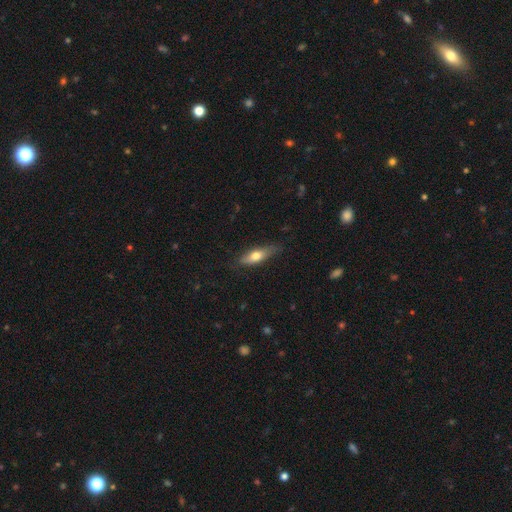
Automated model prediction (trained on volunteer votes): Smooth or featured?
  - smooth: 64% *
  - featured or disk: 30%
  - star or artifact: 6%
How rounded?
  - in between: 51% *
  - cigar-shaped: 46%
  - round: 3%
Merging?
  - none: 76% *
  - minor disturbance: 19%
  - major disturbance: 4%
  - merger: 1%